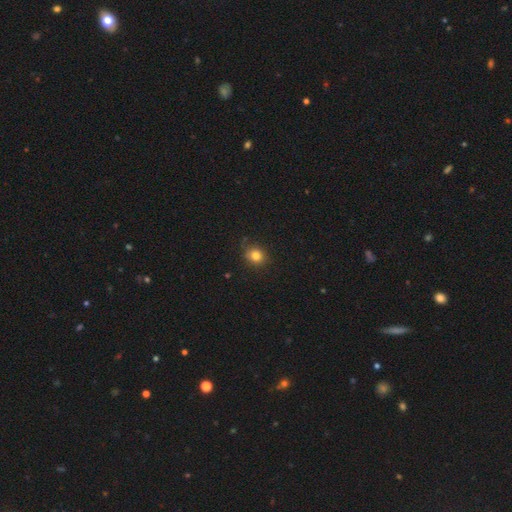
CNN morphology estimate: Q: Smooth or featured?
A: smooth (81%); runner-up: star or artifact (12%)
Q: How rounded?
A: round (80%); runner-up: in between (19%)
Q: Merging?
A: none (83%); runner-up: minor disturbance (13%)